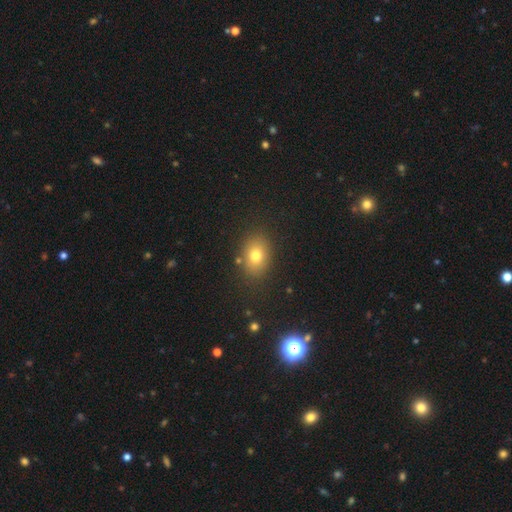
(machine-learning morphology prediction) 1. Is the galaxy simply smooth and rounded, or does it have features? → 76% smooth, 12% star or artifact, 12% featured or disk.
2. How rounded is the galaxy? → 68% in between, 31% round, 1% cigar-shaped.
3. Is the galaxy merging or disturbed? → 84% none, 10% minor disturbance, 3% major disturbance, 3% merger.